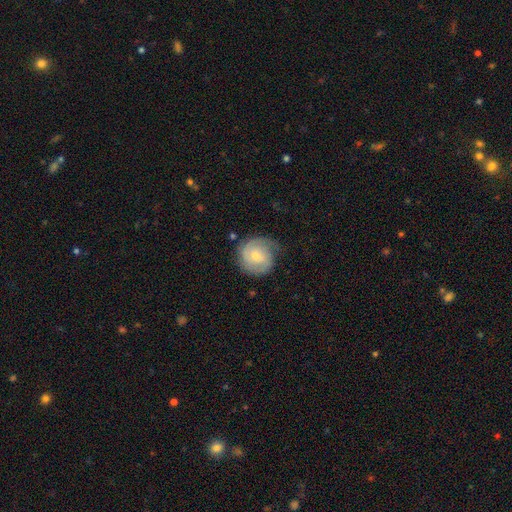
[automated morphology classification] Smooth or featured? Predicted: featured or disk (p=0.64). Edge-on disk? Predicted: no (p=0.98). Bar? Predicted: no (p=0.55). Spiral arms? Predicted: yes (p=0.91). Spiral winding? Predicted: tight (p=0.55). Spiral arm count? Predicted: 2 (p=0.54). Bulge size? Predicted: small (p=0.56). Merging? Predicted: none (p=0.66).